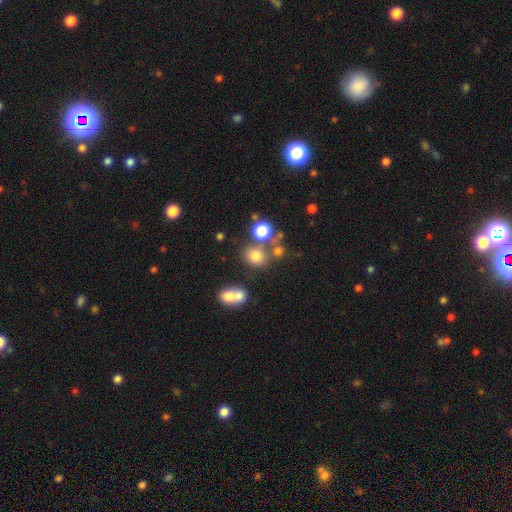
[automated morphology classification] Smooth or featured?
  - smooth: 72% *
  - star or artifact: 17%
  - featured or disk: 11%
How rounded?
  - round: 68% *
  - in between: 31%
  - cigar-shaped: 1%
Merging?
  - none: 60% *
  - merger: 23%
  - minor disturbance: 12%
  - major disturbance: 6%